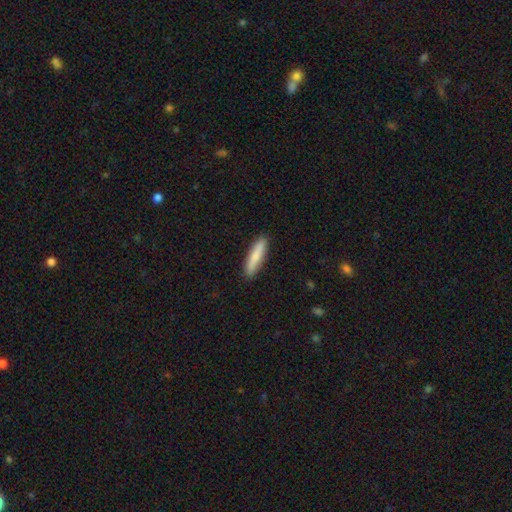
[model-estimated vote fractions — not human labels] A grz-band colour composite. It shows a smooth galaxy with no disk features (77%) that is cigar-shaped (84%). Merging: none (89%).